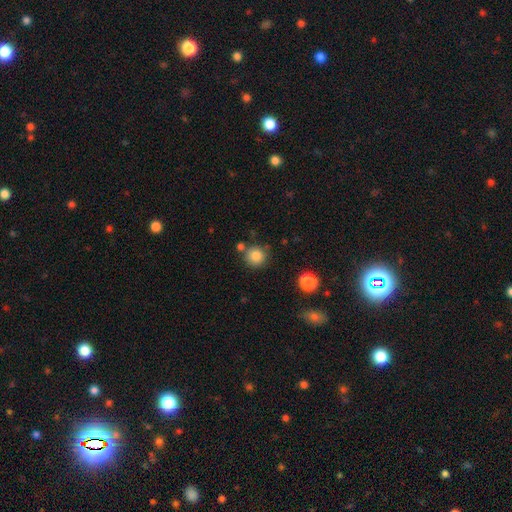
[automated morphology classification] Smooth or featured? Predicted: smooth (p=0.84). How rounded? Predicted: round (p=0.92). Merging? Predicted: none (p=0.77).